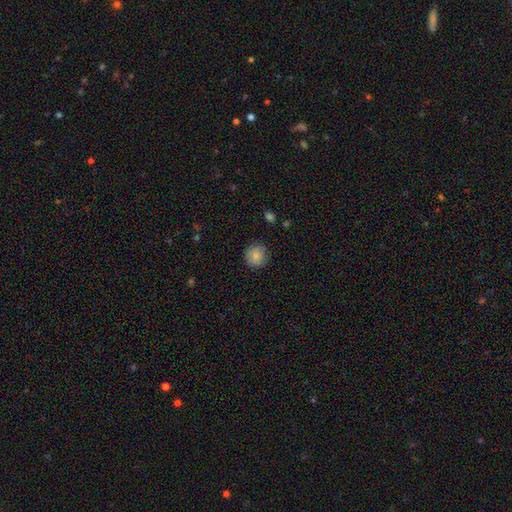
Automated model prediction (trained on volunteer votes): This is clearly a smooth galaxy (85%). How rounded: clearly round (91%). Merging: clearly none (85%).